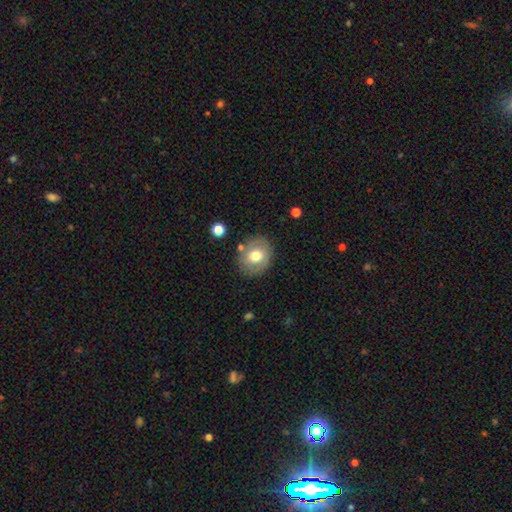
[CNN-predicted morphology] The model was most divided on "how rounded": round: 65%, in between: 34%, cigar-shaped: 1%. More confident: merging — none (81%); smooth or featured — smooth (70%).